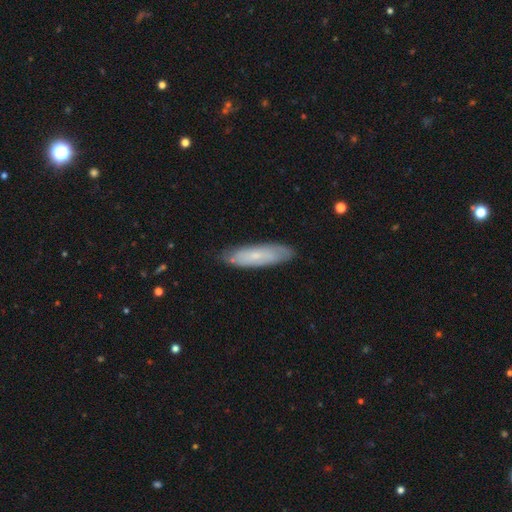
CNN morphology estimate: smooth-or-featured: smooth: 50% | featured or disk: 43% | star or artifact: 7%
  how-rounded: cigar-shaped: 61% | in between: 37% | round: 2%
  merging: none: 80% | minor disturbance: 15% | major disturbance: 3% | merger: 1%